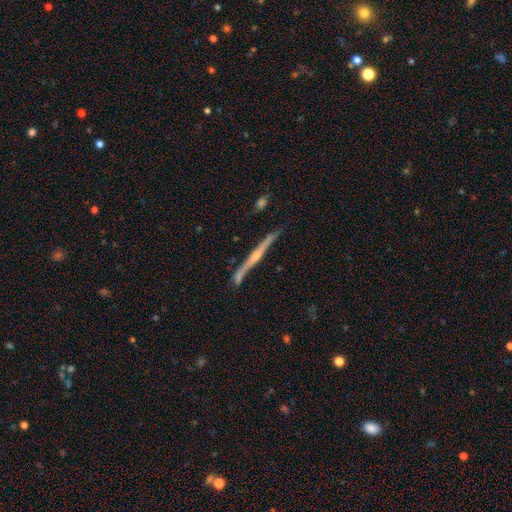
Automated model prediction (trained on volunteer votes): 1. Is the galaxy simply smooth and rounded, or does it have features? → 79% featured or disk, 15% smooth, 6% star or artifact.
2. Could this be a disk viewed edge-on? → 98% yes, 2% no.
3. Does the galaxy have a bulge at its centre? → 70% rounded, 21% none, 8% boxy.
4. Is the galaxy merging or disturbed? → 83% none, 11% minor disturbance, 3% merger, 2% major disturbance.